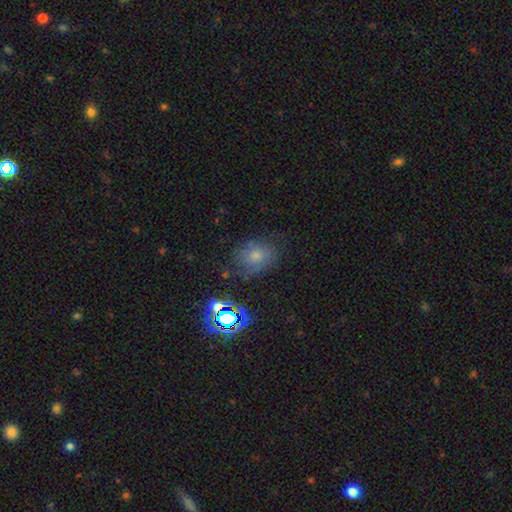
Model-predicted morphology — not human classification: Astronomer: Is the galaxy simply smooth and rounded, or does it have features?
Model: smooth — 49% (runner-up: star or artifact, 29%).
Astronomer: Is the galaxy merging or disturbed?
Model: none — 69%.